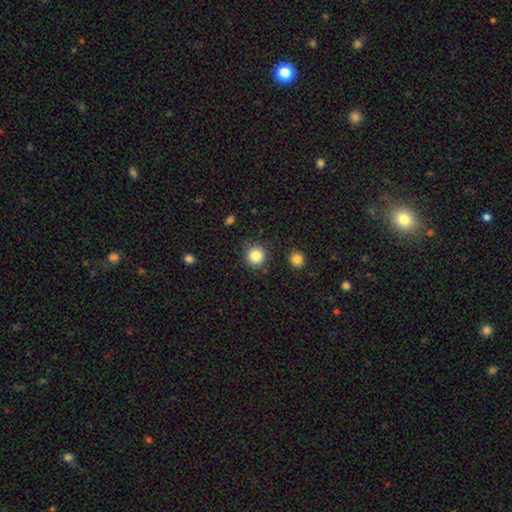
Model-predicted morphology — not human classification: A smooth galaxy with no disk features (85%) that is round (93%).

Vote fractions:
- Smooth or featured? smooth: 85% / star or artifact: 10% / featured or disk: 5%
- How rounded? round: 93% / in between: 6% / cigar-shaped: 1%
- Merging? none: 85% / minor disturbance: 9% / major disturbance: 3% / merger: 3%